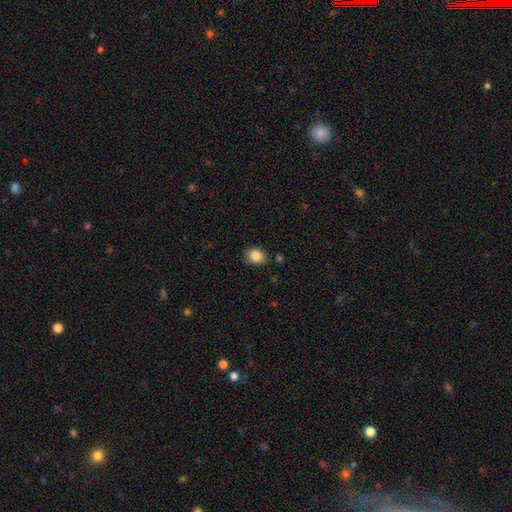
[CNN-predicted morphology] Smooth or featured: smooth — 86% (star or artifact — 9%)
How rounded: in between — 51% (round — 48%)
Merging: none — 82% (minor disturbance — 13%)